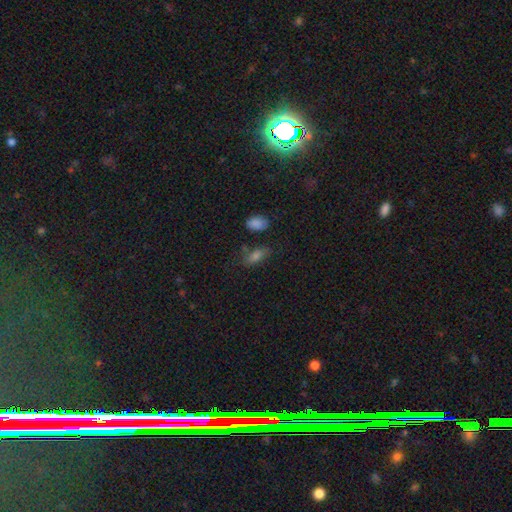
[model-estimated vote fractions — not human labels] Smooth or featured? Predicted: smooth (p=0.68). How rounded? Predicted: in between (p=0.78). Merging? Predicted: none (p=0.67).